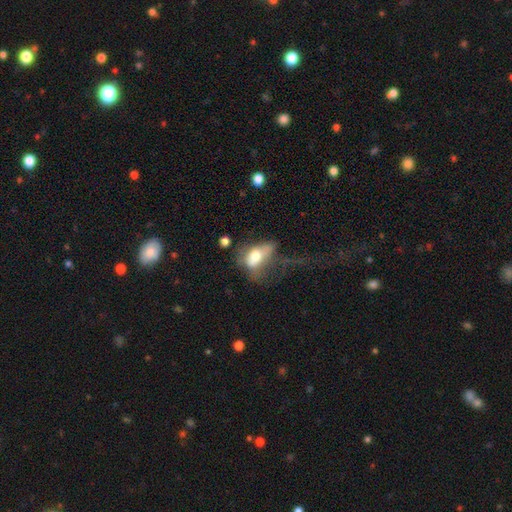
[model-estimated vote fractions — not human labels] smooth 61%, featured or disk 29%, star or artifact 10%. Down the decision tree: how rounded — in between (83%); merging — major disturbance (50%).